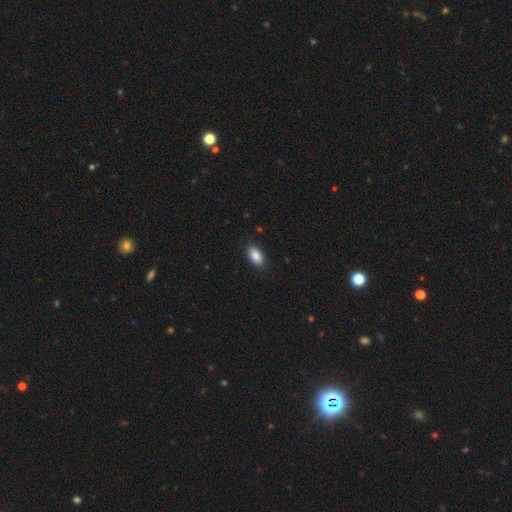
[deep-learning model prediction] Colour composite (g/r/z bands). It shows a smooth galaxy with no disk features (89%) that is in between round and cigar-shaped (93%). Merging: none (88%).